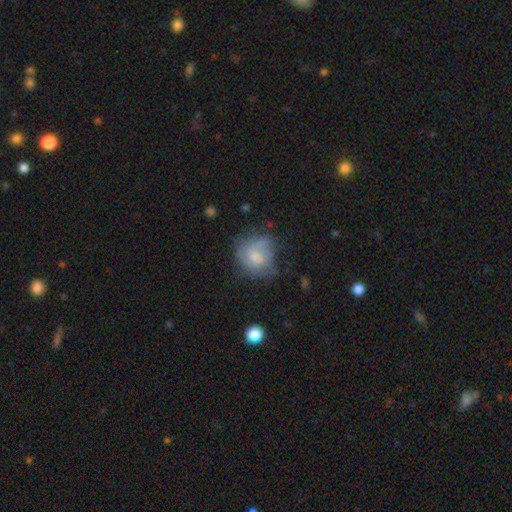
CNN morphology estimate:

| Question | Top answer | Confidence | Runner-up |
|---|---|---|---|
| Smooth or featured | smooth | 56% | featured or disk (34%) |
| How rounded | round | 73% | in between (26%) |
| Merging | none | 48% | minor disturbance (28%) |